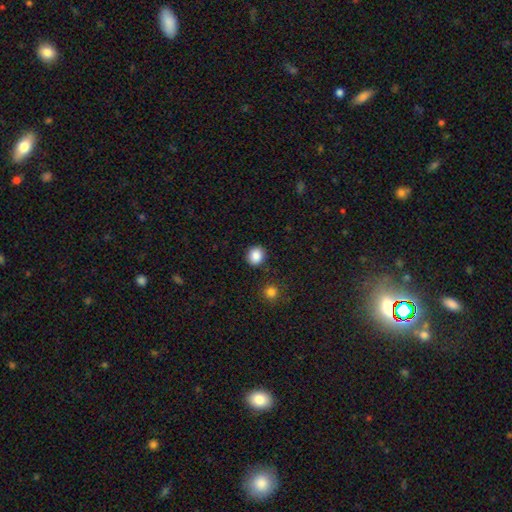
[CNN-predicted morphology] This appears to be a smooth galaxy with no disk features (87%) that is round (82%). Merging: none (89%).